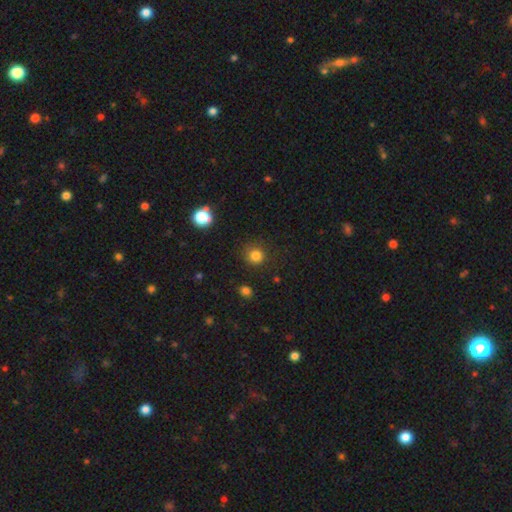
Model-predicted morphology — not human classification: Smooth or featured? smooth (82%)
How rounded? round (90%)
Merging? none (80%)